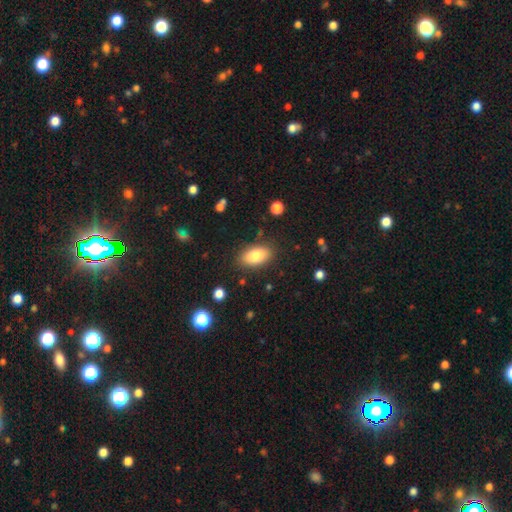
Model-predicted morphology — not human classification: smooth 81%, featured or disk 11%, star or artifact 8%. Down the decision tree: how rounded — in between (91%); merging — none (84%).